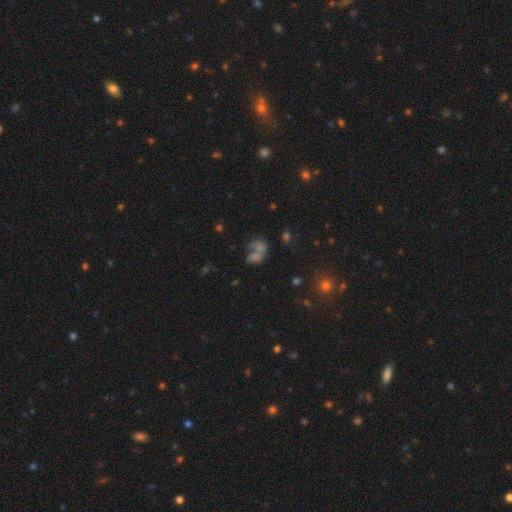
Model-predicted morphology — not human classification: smooth 42%, star or artifact 31%, featured or disk 27%. Down the decision tree: merging — merger (46%).